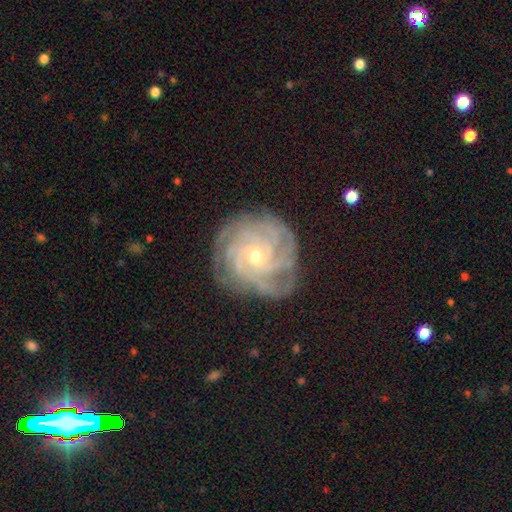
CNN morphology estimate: This is clearly a featured or disk galaxy (87%). It is clearly not viewed edge-on (97%). Bar: likely no (69%). Spiral arm pattern: clearly yes (97%). Spiral arm count: marginally can't tell (26%, tied with 4). Spiral winding: likely tight (75%). Central bulge: possibly small (57%). Merging: likely none (79%).